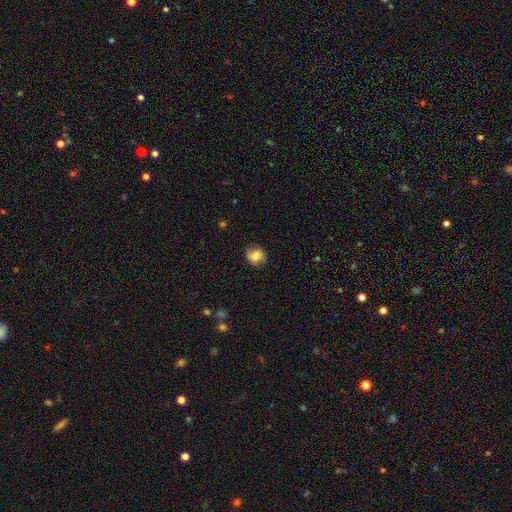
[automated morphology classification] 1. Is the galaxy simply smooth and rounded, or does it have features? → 71% smooth, 19% featured or disk, 10% star or artifact.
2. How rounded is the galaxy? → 75% round, 24% in between, 1% cigar-shaped.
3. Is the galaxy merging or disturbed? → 76% none, 18% minor disturbance, 5% major disturbance, 1% merger.